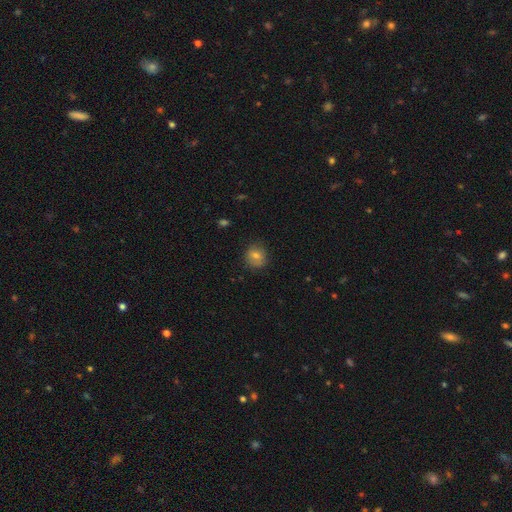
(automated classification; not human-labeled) Smooth or featured? Predicted: smooth (p=0.73). How rounded? Predicted: round (p=0.82). Merging? Predicted: none (p=0.82).